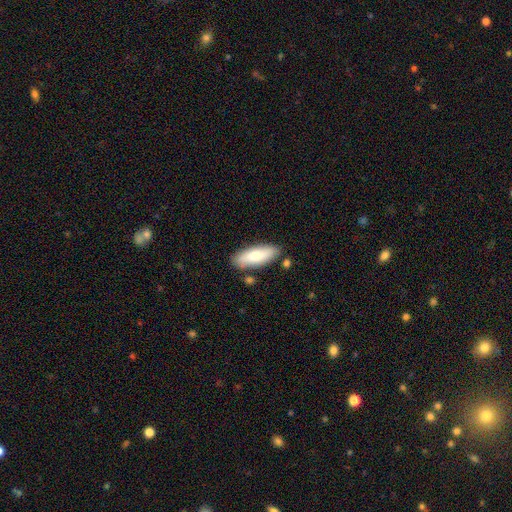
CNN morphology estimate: This is likely a smooth galaxy (76%). How rounded: likely in between (66%). Merging: clearly none (80%).